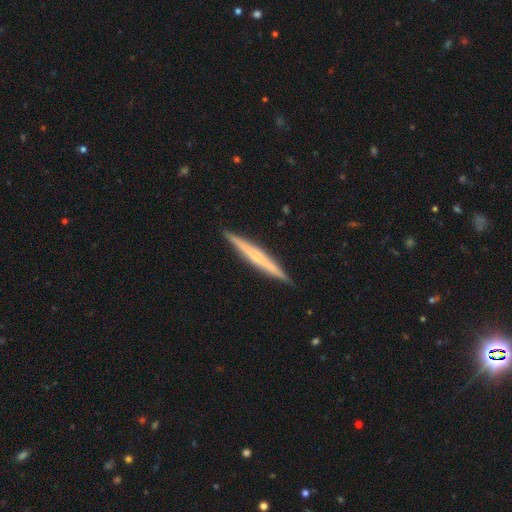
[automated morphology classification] smooth_or_featured: featured or disk (p=0.59) [alt: smooth p=0.35]
disk_edge_on: yes (p=0.98) [alt: no p=0.02]
edge_on_bulge: none (p=0.48) [alt: rounded p=0.41]
merging: none (p=0.92) [alt: minor disturbance p=0.06]